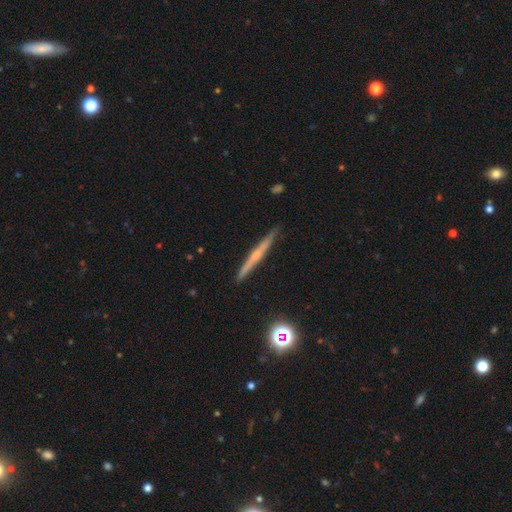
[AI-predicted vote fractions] The model was most divided on "edge-on bulge": rounded: 59%, none: 34%, boxy: 7%. More confident: edge-on disk — yes (98%); merging — none (91%); smooth or featured — featured or disk (66%).